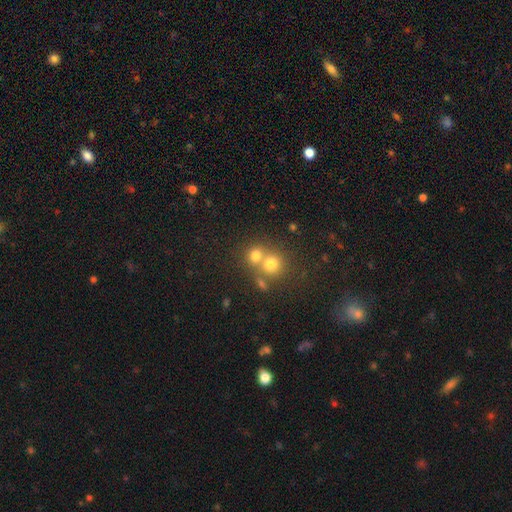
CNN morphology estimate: Smooth or featured?
  - smooth: 74% *
  - star or artifact: 15%
  - featured or disk: 12%
How rounded?
  - round: 83% *
  - in between: 16%
  - cigar-shaped: 1%
Merging?
  - merger: 50% *
  - none: 42%
  - minor disturbance: 6%
  - major disturbance: 3%